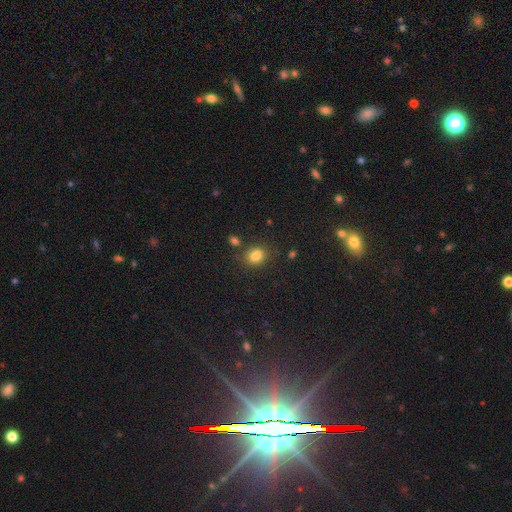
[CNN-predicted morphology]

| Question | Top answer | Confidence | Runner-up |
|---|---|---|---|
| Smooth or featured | smooth | 81% | star or artifact (13%) |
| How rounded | round | 56% | in between (43%) |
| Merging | none | 70% | minor disturbance (14%) |